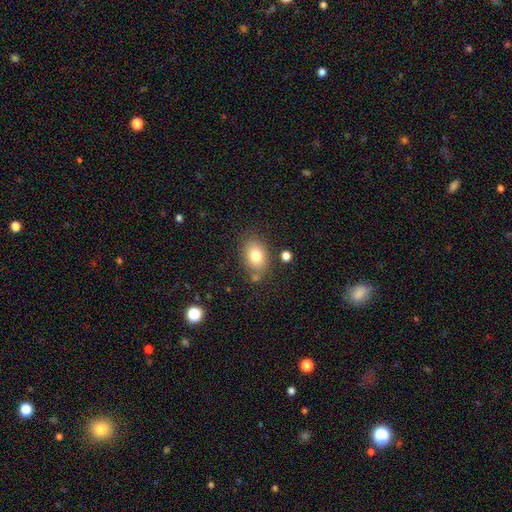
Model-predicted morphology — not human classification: smooth_or_featured: smooth (p=0.79) [alt: featured or disk p=0.11]
how_rounded: in between (p=0.73) [alt: round p=0.26]
merging: none (p=0.75) [alt: minor disturbance p=0.14]